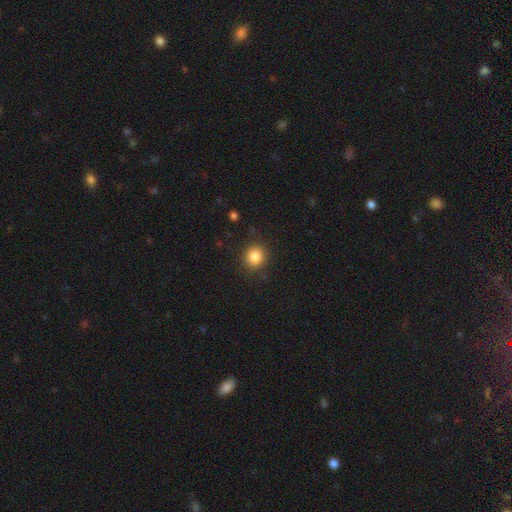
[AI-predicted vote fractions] smooth_or_featured: smooth (p=0.85) [alt: star or artifact p=0.11]
how_rounded: round (p=0.87) [alt: in between p=0.13]
merging: none (p=0.88) [alt: minor disturbance p=0.08]